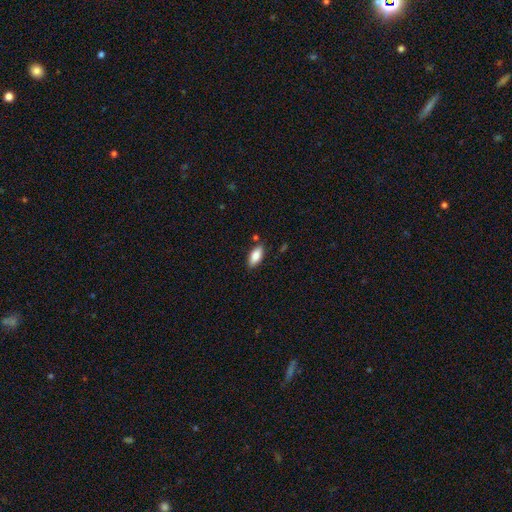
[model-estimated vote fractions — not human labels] Q: Smooth or featured?
A: smooth (82%); runner-up: featured or disk (11%)
Q: How rounded?
A: in between (87%); runner-up: cigar-shaped (11%)
Q: Merging?
A: none (83%); runner-up: minor disturbance (12%)